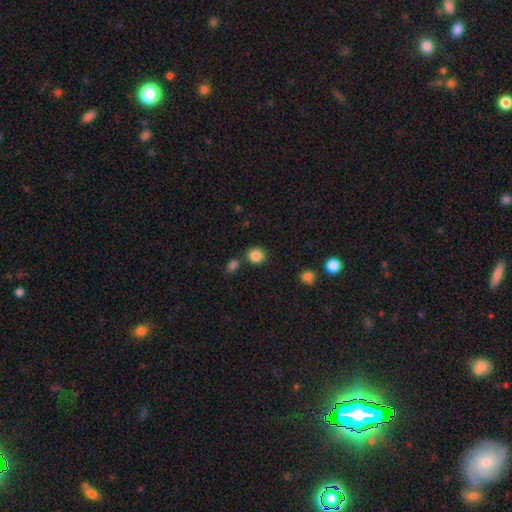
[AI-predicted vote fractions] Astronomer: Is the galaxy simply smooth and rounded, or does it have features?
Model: smooth — 86%.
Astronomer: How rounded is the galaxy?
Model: round — 84%.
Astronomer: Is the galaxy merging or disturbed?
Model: none — 79%.